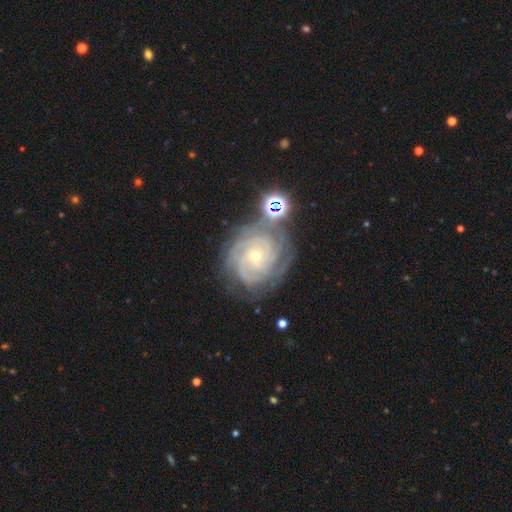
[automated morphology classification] featured or disk 87%, star or artifact 7%, smooth 6%. Down the decision tree: edge-on disk — no (98%); bar — no (73%); spiral arms — yes (98%); spiral arm count — 4 (28%); spiral winding — tight (79%); bulge size — small (75%); merging — none (67%).